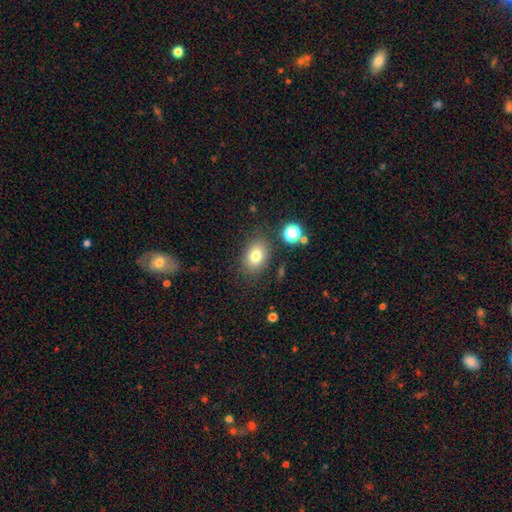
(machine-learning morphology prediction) This is likely a smooth galaxy (78%). How rounded: likely in between (68%). Merging: clearly none (81%).